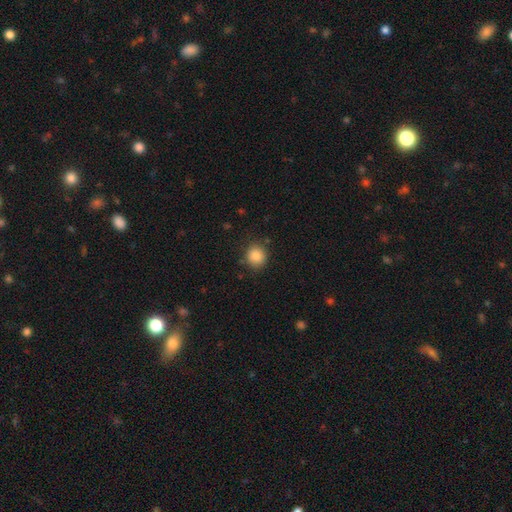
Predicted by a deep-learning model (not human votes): smooth-or-featured: smooth: 86% | star or artifact: 10% | featured or disk: 4%
  how-rounded: round: 83% | in between: 16% | cigar-shaped: 1%
  merging: none: 85% | minor disturbance: 10% | major disturbance: 3% | merger: 2%